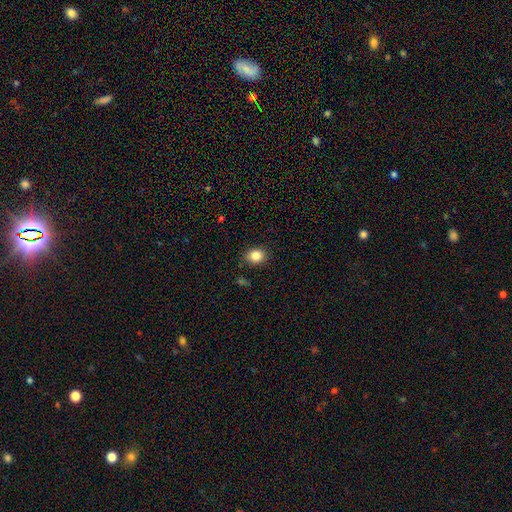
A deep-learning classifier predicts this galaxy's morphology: Smooth or featured: smooth — 85% (star or artifact — 10%)
How rounded: round — 56% (in between — 43%)
Merging: none — 86% (minor disturbance — 10%)